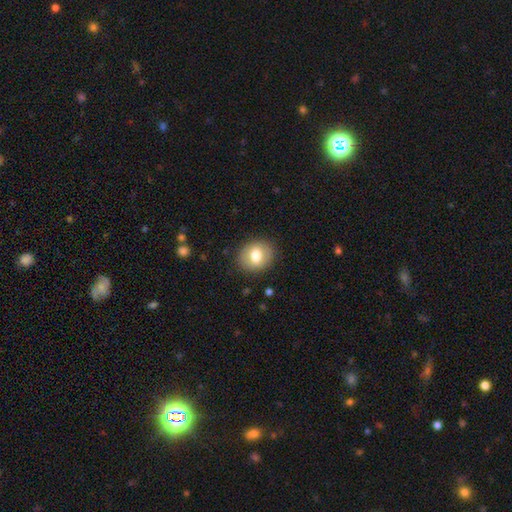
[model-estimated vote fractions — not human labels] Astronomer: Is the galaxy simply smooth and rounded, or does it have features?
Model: smooth — 74%.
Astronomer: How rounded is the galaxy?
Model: round — 60% (runner-up: in between, 39%).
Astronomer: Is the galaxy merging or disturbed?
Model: none — 87%.